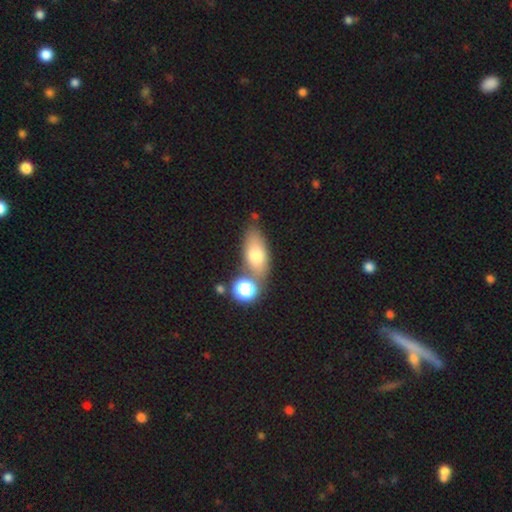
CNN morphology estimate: Smooth or featured: smooth — 71% (featured or disk — 19%)
How rounded: in between — 80% (cigar-shaped — 12%)
Merging: none — 64% (merger — 16%)